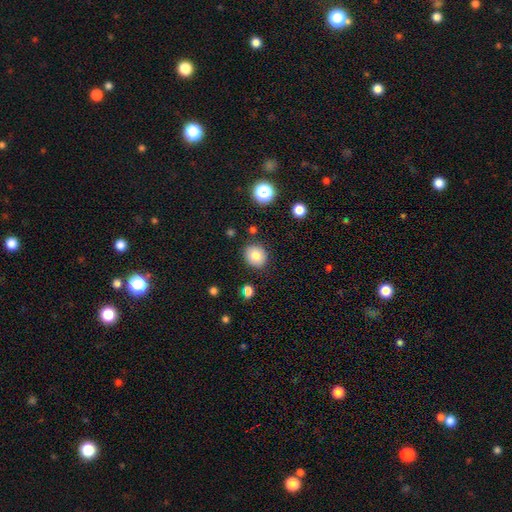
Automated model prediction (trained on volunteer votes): A smooth galaxy with no disk features (80%) that is round (75%).

Vote fractions:
- Smooth or featured? smooth: 80% / star or artifact: 11% / featured or disk: 10%
- How rounded? round: 75% / in between: 24% / cigar-shaped: 1%
- Merging? none: 86% / minor disturbance: 9% / major disturbance: 3% / merger: 2%